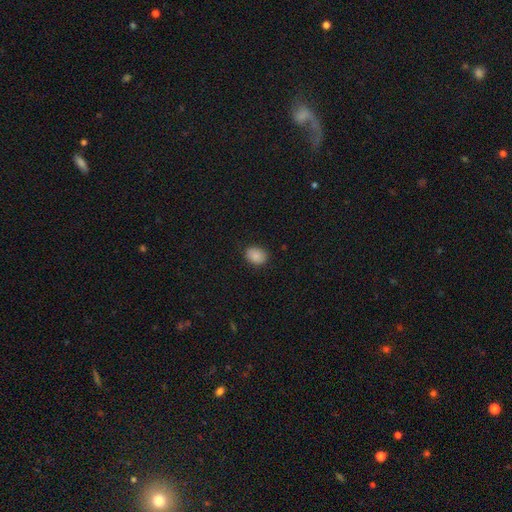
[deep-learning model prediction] This appears to be a smooth galaxy with no disk features (88%) that is in between round and cigar-shaped (62%). Merging: none (83%).